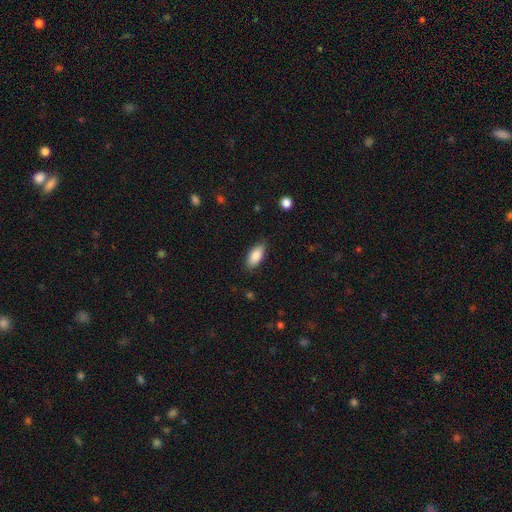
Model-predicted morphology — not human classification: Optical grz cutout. It shows a smooth galaxy with no disk features (87%) that is in between round and cigar-shaped (89%). Merging: none (82%).